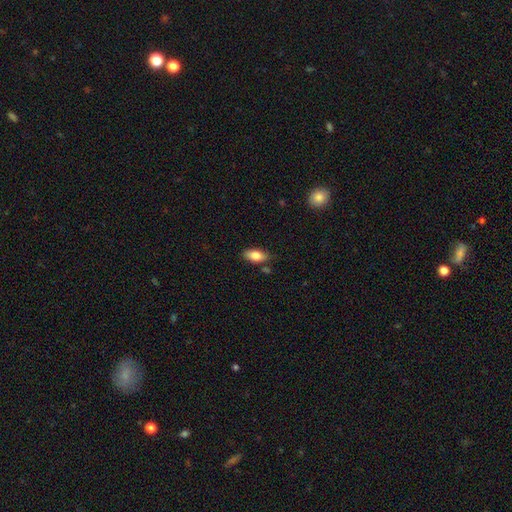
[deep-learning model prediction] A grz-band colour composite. It shows a smooth galaxy with no disk features (79%) that is in between round and cigar-shaped (88%). Merging: none (78%).